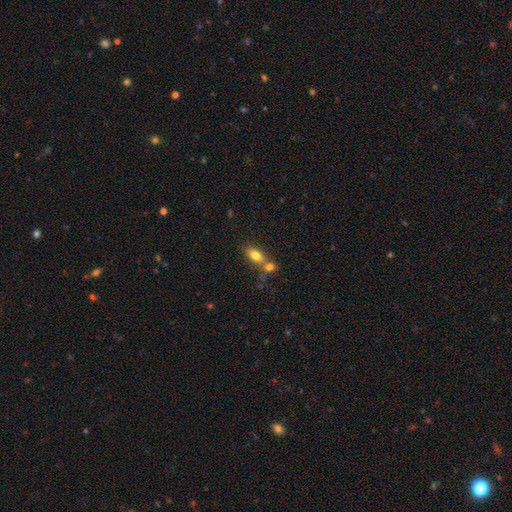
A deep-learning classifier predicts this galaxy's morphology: Smooth or featured?
  - smooth: 79% *
  - featured or disk: 13%
  - star or artifact: 9%
How rounded?
  - in between: 84% *
  - cigar-shaped: 8%
  - round: 8%
Merging?
  - merger: 46% *
  - none: 39%
  - minor disturbance: 10%
  - major disturbance: 5%